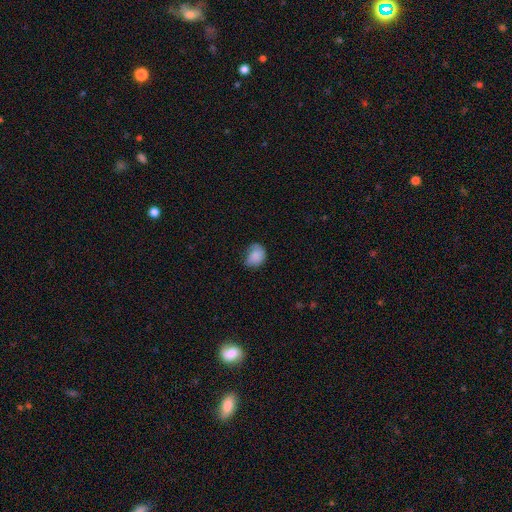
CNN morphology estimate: smooth 77%, featured or disk 15%, star or artifact 8%. Down the decision tree: how rounded — in between (50%); merging — none (43%).